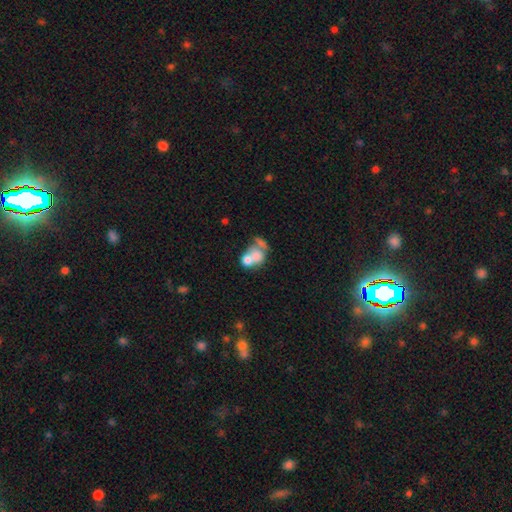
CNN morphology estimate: This appears to be a smooth galaxy with no disk features (62%) that is in between round and cigar-shaped (55%). Merging: merger (60%).